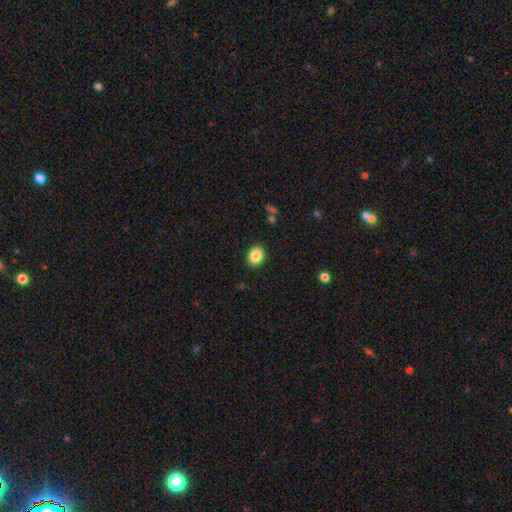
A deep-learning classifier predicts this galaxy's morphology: A smooth galaxy with no disk features (87%) that is in between round and cigar-shaped (55%).

Vote fractions:
- Smooth or featured? smooth: 87% / star or artifact: 9% / featured or disk: 5%
- How rounded? in between: 55% / round: 44% / cigar-shaped: 1%
- Merging? none: 90% / minor disturbance: 7% / major disturbance: 2% / merger: 1%